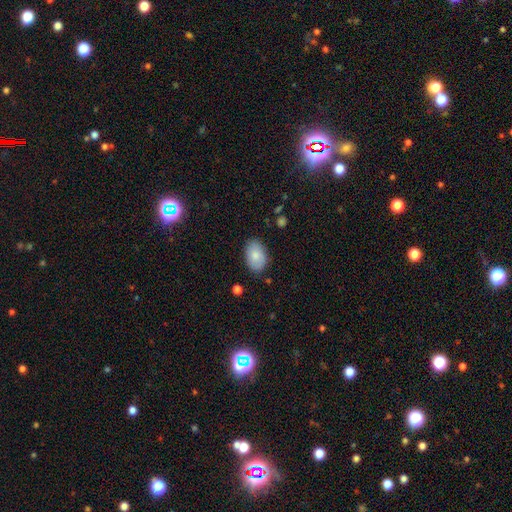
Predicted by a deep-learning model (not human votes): Q: Smooth or featured?
A: smooth (83%); runner-up: featured or disk (11%)
Q: How rounded?
A: in between (90%); runner-up: round (9%)
Q: Merging?
A: none (84%); runner-up: minor disturbance (13%)